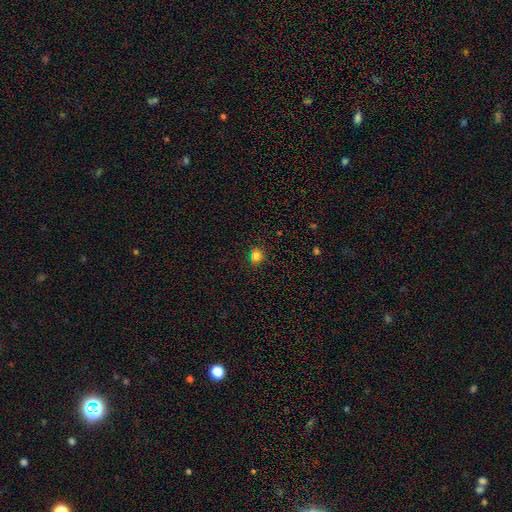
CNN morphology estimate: Smooth or featured? smooth (82%)
How rounded? round (78%)
Merging? none (86%)